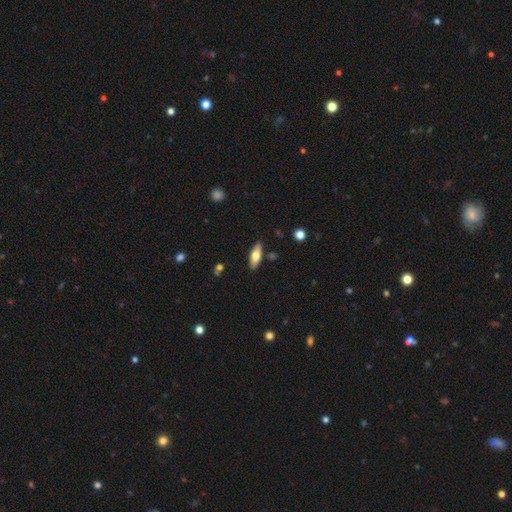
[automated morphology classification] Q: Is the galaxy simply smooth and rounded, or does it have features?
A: smooth — 62%.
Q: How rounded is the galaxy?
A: in between — 65%.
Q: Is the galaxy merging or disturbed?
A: none — 86%.